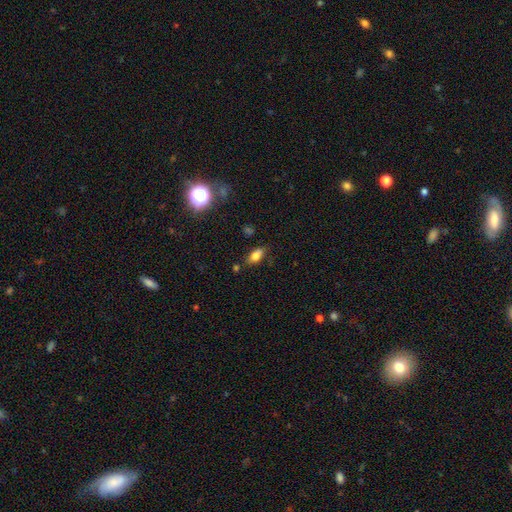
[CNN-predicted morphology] Smooth or featured? smooth (76%)
How rounded? in between (85%)
Merging? none (74%)